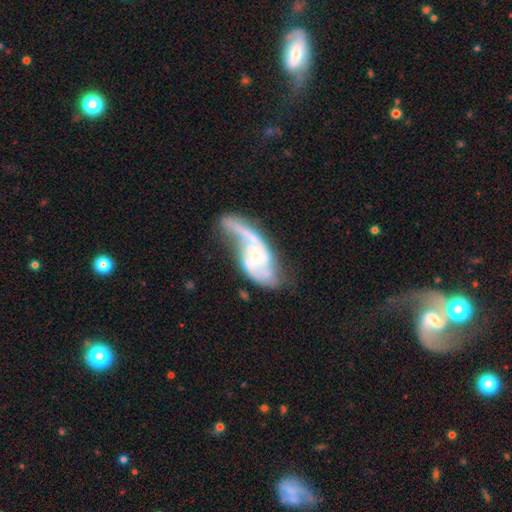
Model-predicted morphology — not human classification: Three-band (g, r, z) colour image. It shows a featured or disk galaxy (82%) with no bar (58%), 2 (74%) loose (54%) spiral arms (90%) and a small central bulge (63%). Merging: none (35%).